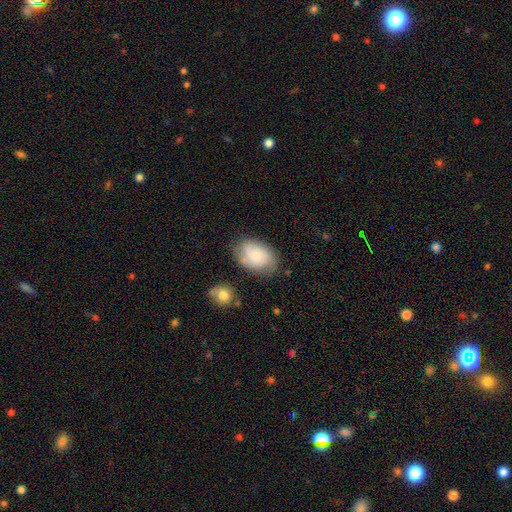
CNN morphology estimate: A smooth galaxy with no disk features (55%) that is in between round and cigar-shaped (83%). Merging: none (68%).